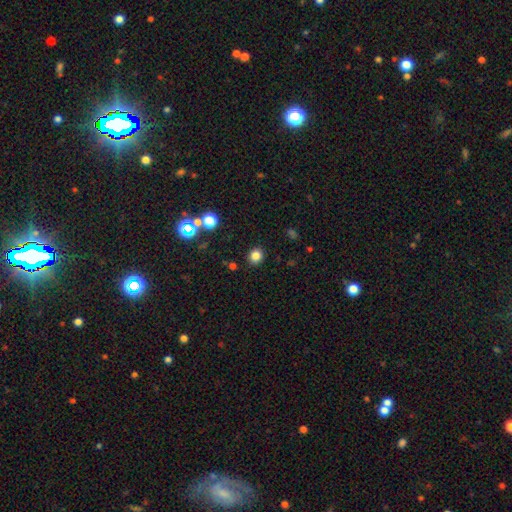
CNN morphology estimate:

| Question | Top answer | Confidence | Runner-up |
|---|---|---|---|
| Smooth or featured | smooth | 81% | star or artifact (14%) |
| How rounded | round | 82% | in between (17%) |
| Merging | none | 89% | minor disturbance (6%) |